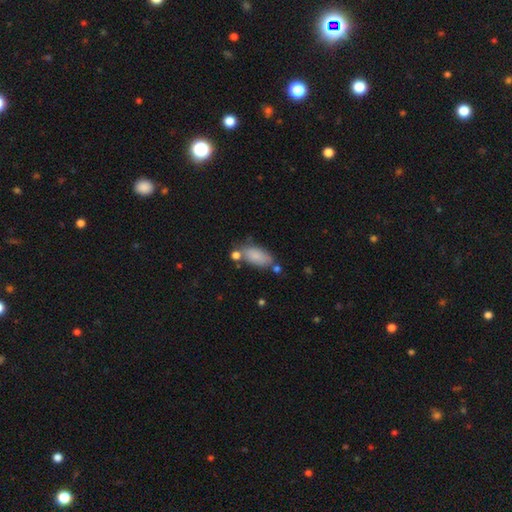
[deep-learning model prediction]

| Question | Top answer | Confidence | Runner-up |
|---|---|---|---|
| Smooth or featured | smooth | 84% | featured or disk (9%) |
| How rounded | in between | 88% | cigar-shaped (9%) |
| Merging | none | 61% | minor disturbance (20%) |